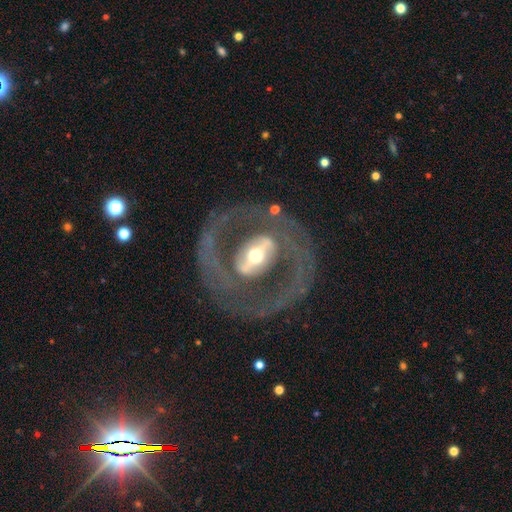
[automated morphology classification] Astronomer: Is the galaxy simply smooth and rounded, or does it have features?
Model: featured or disk — 83%.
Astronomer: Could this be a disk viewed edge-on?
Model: no — 94%.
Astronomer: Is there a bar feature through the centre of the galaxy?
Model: strong — 52% (runner-up: weak, 29%).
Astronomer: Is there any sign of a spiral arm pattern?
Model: yes — 68%.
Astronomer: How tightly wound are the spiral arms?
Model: medium — 46% (runner-up: tight, 29%).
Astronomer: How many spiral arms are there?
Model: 2 — 81%.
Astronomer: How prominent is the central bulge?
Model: moderate — 61%.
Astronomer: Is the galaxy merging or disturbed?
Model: none — 72%.